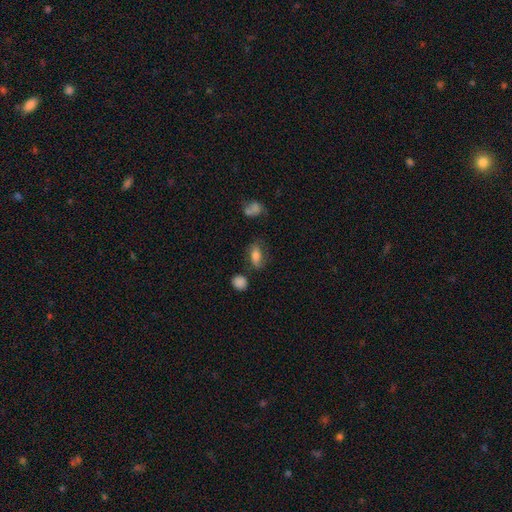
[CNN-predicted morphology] Smooth or featured? smooth (75%)
How rounded? in between (84%)
Merging? none (66%)